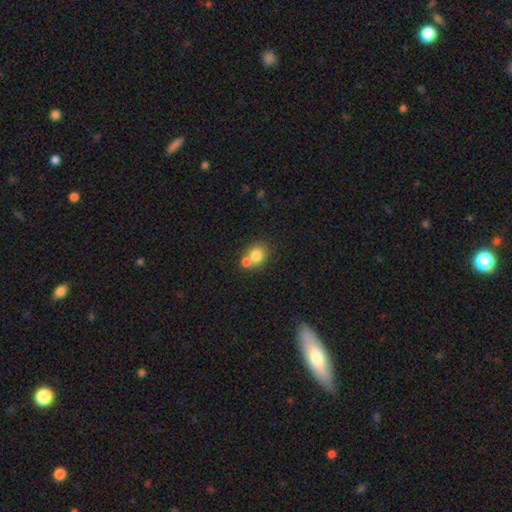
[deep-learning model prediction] Smooth or featured: smooth — 77% (featured or disk — 13%)
How rounded: round — 66% (in between — 33%)
Merging: merger — 46% (none — 42%)